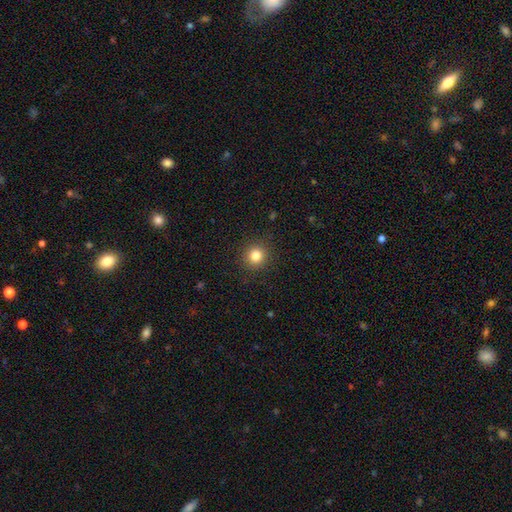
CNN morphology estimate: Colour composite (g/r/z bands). It shows a smooth galaxy with no disk features (82%) that is round (91%). Merging: none (90%).